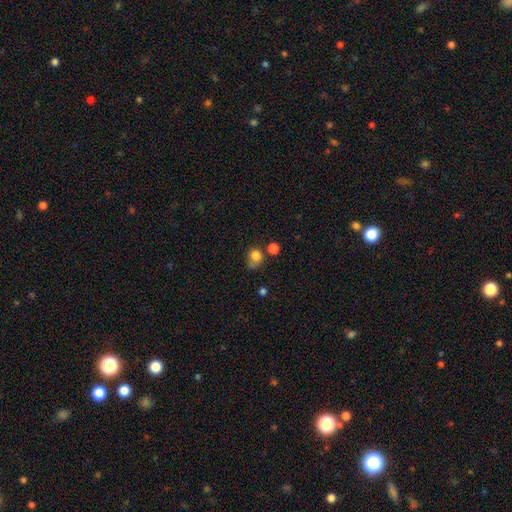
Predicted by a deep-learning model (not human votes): A smooth galaxy with no disk features (79%) that is round (70%).

Vote fractions:
- Smooth or featured? smooth: 79% / star or artifact: 12% / featured or disk: 9%
- How rounded? round: 70% / in between: 29% / cigar-shaped: 1%
- Merging? none: 42% / minor disturbance: 26% / merger: 17% / major disturbance: 16%